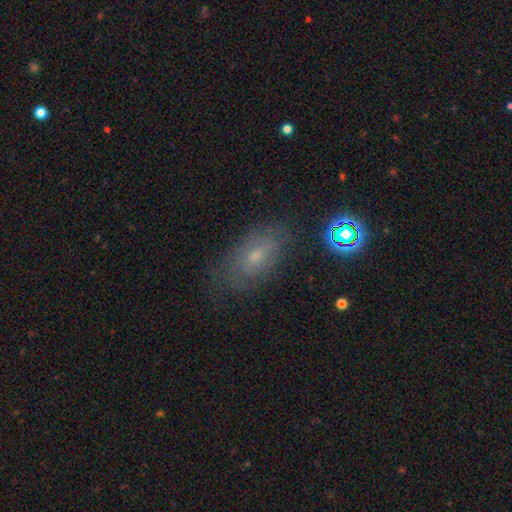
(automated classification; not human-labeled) Smooth or featured: smooth — 43% (featured or disk — 38%)
Merging: none — 73% (minor disturbance — 19%)